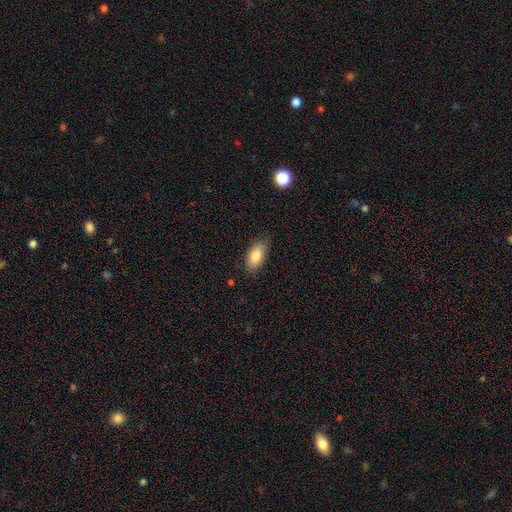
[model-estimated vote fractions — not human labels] Q: Smooth or featured?
A: smooth (85%); runner-up: featured or disk (8%)
Q: How rounded?
A: in between (92%); runner-up: cigar-shaped (5%)
Q: Merging?
A: none (82%); runner-up: minor disturbance (15%)